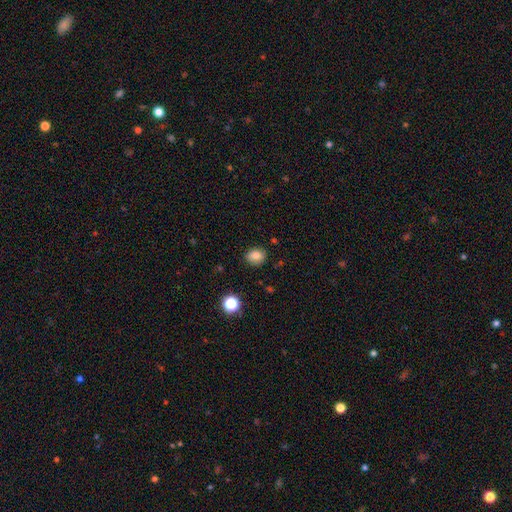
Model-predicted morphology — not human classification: type=smooth (81%); roundness=round (60%); merging=none (84%).